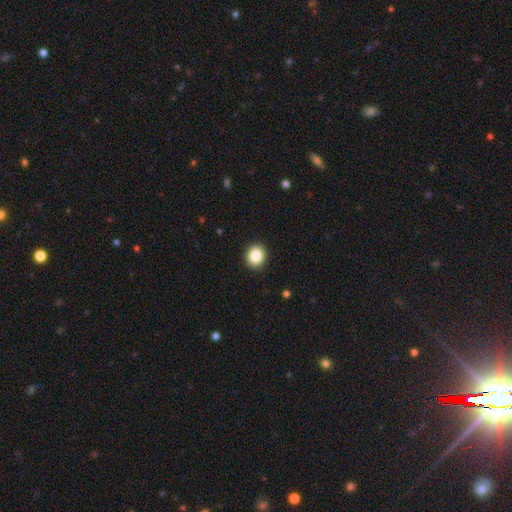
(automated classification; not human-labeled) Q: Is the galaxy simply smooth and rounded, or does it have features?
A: smooth — 87%.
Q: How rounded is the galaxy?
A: round — 77%.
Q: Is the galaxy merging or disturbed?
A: none — 92%.